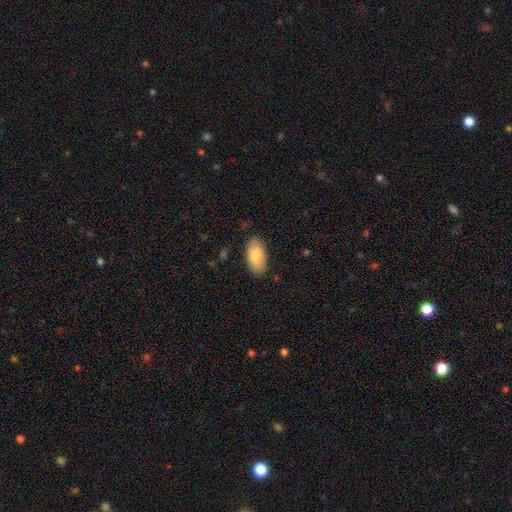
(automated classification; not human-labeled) This appears to be a smooth galaxy with no disk features (83%) that is in between round and cigar-shaped (94%). Merging: none (83%).